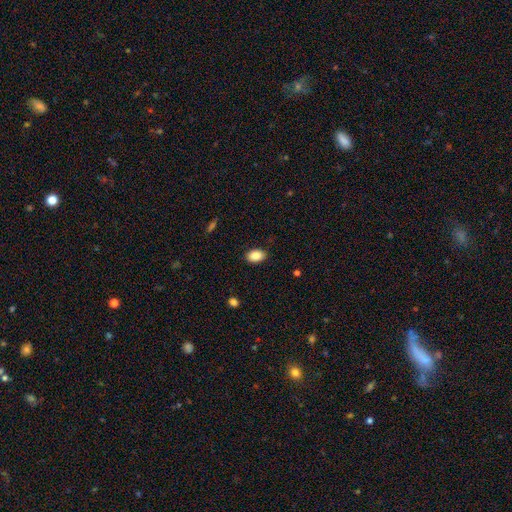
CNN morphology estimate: Smooth or featured? Predicted: smooth (p=0.88). How rounded? Predicted: in between (p=0.89). Merging? Predicted: none (p=0.88).